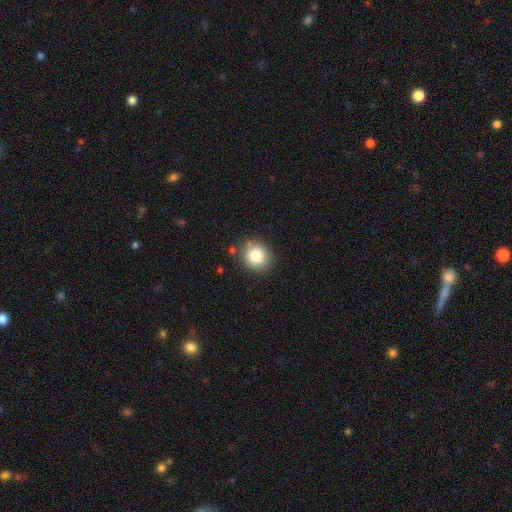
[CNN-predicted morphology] Smooth or featured: smooth — 82% (star or artifact — 10%)
How rounded: round — 84% (in between — 15%)
Merging: none — 83% (minor disturbance — 10%)